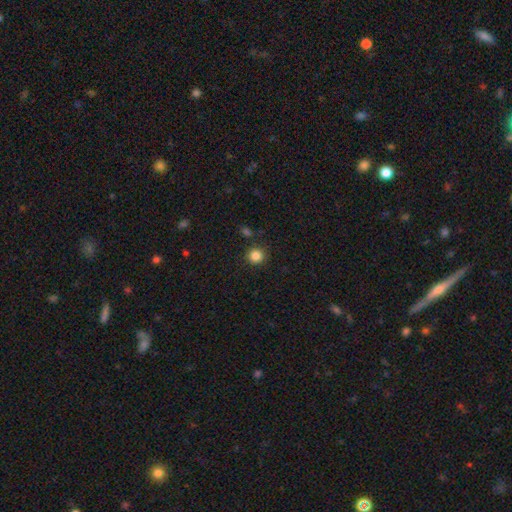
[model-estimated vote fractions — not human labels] Morphology: type=smooth (85%); roundness=round (92%); merging=none (88%).